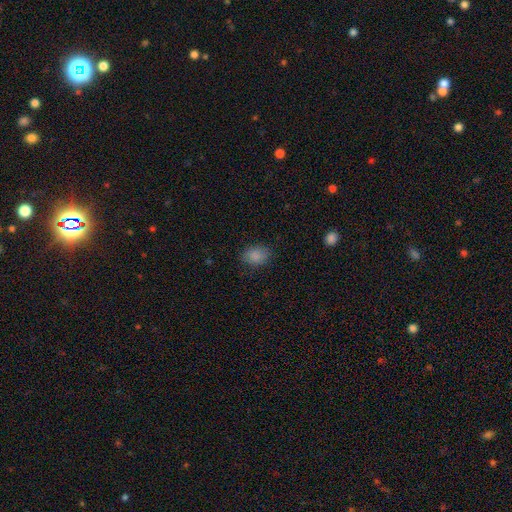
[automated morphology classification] This appears to be a smooth galaxy with no disk features (87%) that is in between round and cigar-shaped (71%). Merging: none (81%).